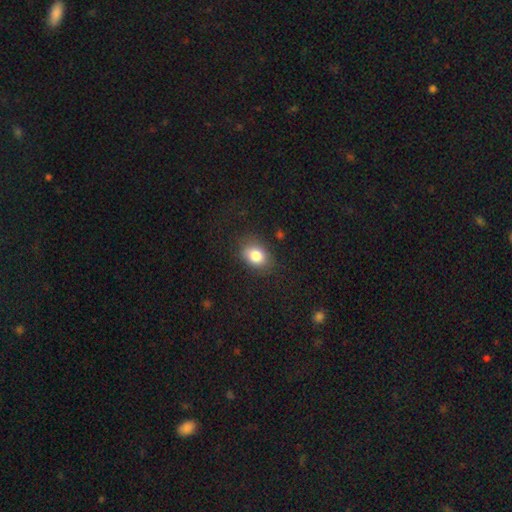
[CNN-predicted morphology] smooth_or_featured: smooth (p=0.83) [alt: star or artifact p=0.09]
how_rounded: in between (p=0.67) [alt: round p=0.32]
merging: none (p=0.79) [alt: minor disturbance p=0.15]